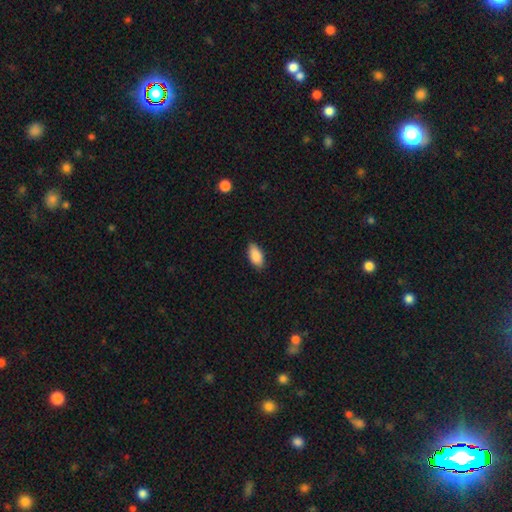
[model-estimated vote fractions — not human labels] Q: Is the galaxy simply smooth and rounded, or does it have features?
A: smooth — 88%.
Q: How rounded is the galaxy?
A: in between — 92%.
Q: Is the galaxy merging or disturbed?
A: none — 83%.